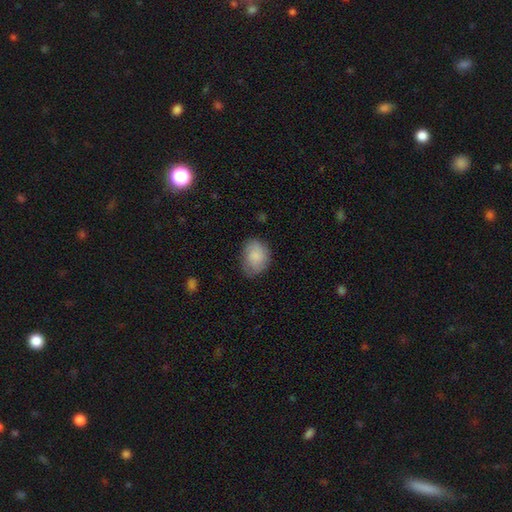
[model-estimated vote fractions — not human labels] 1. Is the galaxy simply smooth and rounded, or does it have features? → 82% smooth, 11% featured or disk, 7% star or artifact.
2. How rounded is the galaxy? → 61% in between, 38% round, 1% cigar-shaped.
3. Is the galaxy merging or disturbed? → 69% none, 24% minor disturbance, 6% major disturbance, 1% merger.